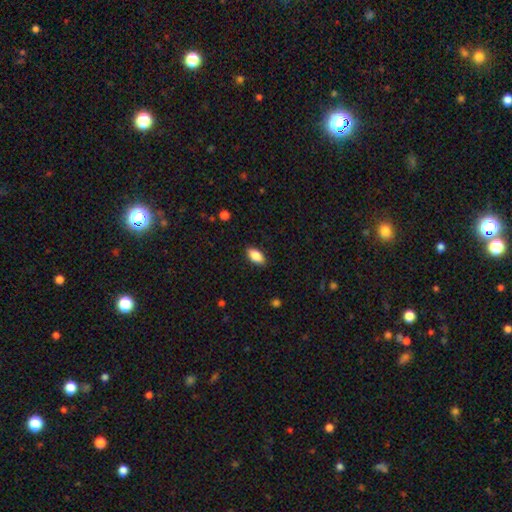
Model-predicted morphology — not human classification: Q: Smooth or featured?
A: smooth (86%); runner-up: star or artifact (7%)
Q: How rounded?
A: in between (93%); runner-up: round (4%)
Q: Merging?
A: none (88%); runner-up: minor disturbance (9%)